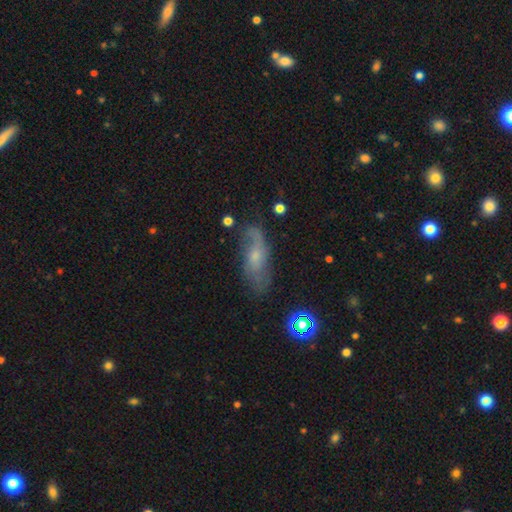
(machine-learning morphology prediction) Smooth or featured: featured or disk — 54% (smooth — 34%)
Edge-on disk: no — 84% (yes — 16%)
Merging: none — 61% (minor disturbance — 24%)